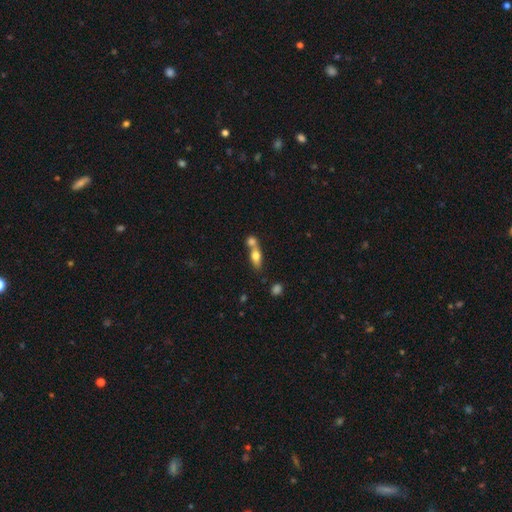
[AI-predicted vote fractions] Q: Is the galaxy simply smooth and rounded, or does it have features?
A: smooth — 67%.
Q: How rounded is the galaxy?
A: in between — 65%.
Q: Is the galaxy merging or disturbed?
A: merger — 55%.